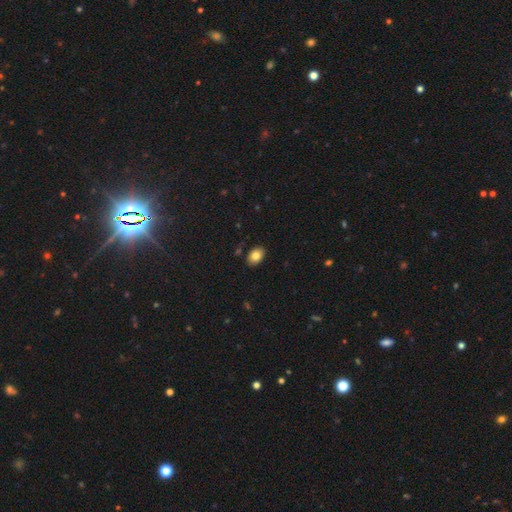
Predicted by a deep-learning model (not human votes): Smooth or featured? smooth (83%)
How rounded? in between (85%)
Merging? none (88%)